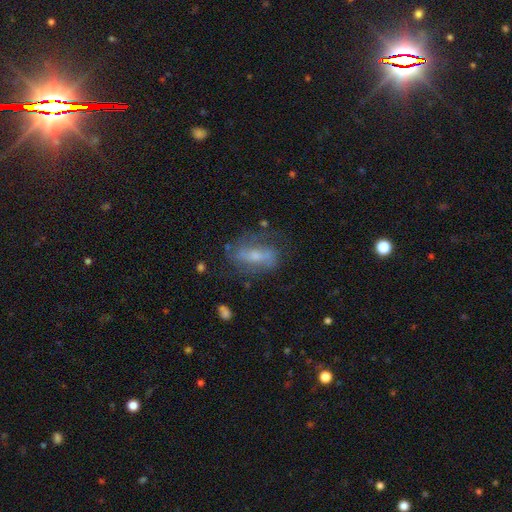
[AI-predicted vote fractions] smooth_or_featured: featured or disk (p=0.59) [alt: smooth p=0.32]
disk_edge_on: no (p=0.85) [alt: yes p=0.15]
bar: weak (p=0.36) [alt: strong p=0.35]
has_spiral_arms: yes (p=0.70) [alt: no p=0.30]
bulge_size: moderate (p=0.45) [alt: small p=0.38]
merging: none (p=0.63) [alt: minor disturbance p=0.21]